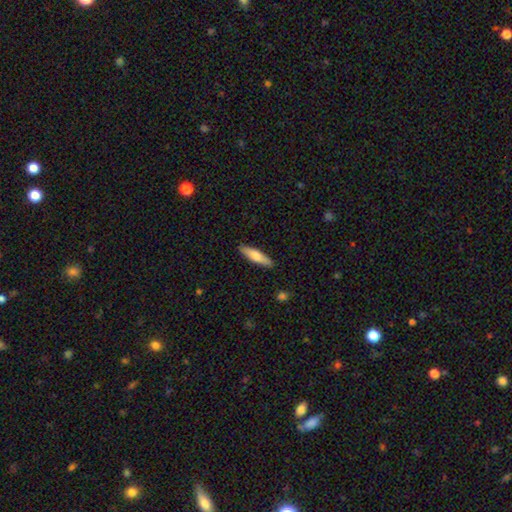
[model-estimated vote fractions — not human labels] A smooth galaxy with no disk features (72%) that is cigar-shaped (71%). Merging: none (88%).